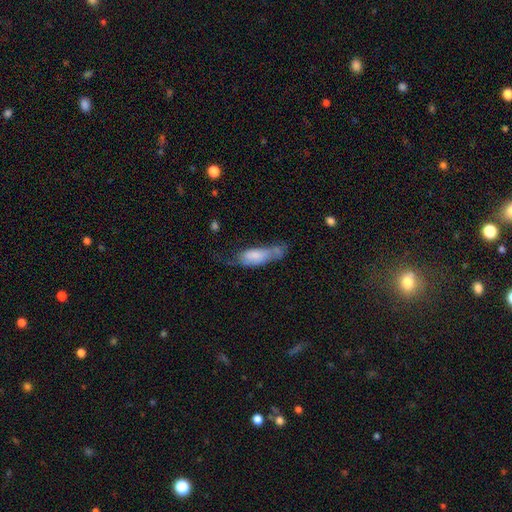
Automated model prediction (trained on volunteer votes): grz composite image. It shows a smooth galaxy with no disk features (67%) that is in between round and cigar-shaped (62%). Merging: major disturbance (31%).